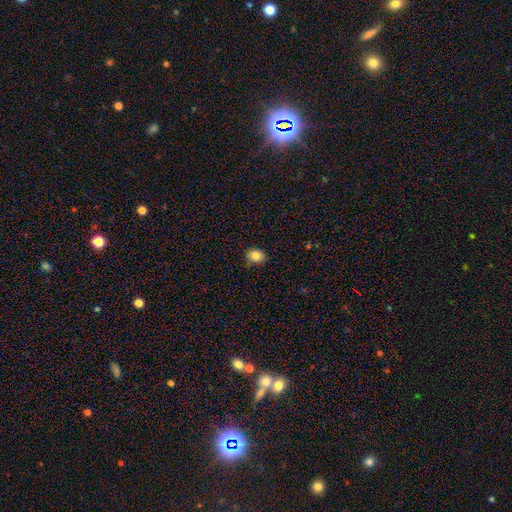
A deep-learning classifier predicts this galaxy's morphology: This appears to be a smooth galaxy with no disk features (84%) that is in between round and cigar-shaped (51%). Merging: none (82%).